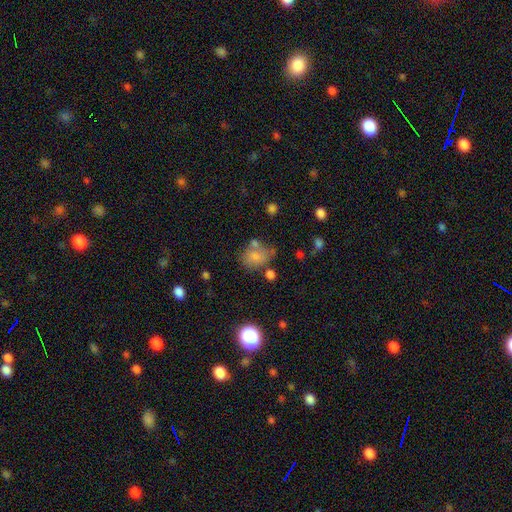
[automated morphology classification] The model was most divided on "merging": none: 44%, minor disturbance: 23%, merger: 20%, major disturbance: 13%. More confident: smooth or featured — smooth (73%); how rounded — in between (66%).